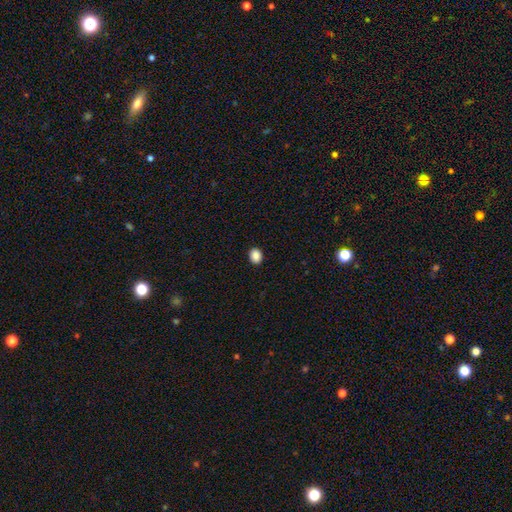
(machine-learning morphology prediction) Smooth or featured: smooth — 89% (star or artifact — 9%)
How rounded: in between — 50% (round — 49%)
Merging: none — 92% (minor disturbance — 6%)